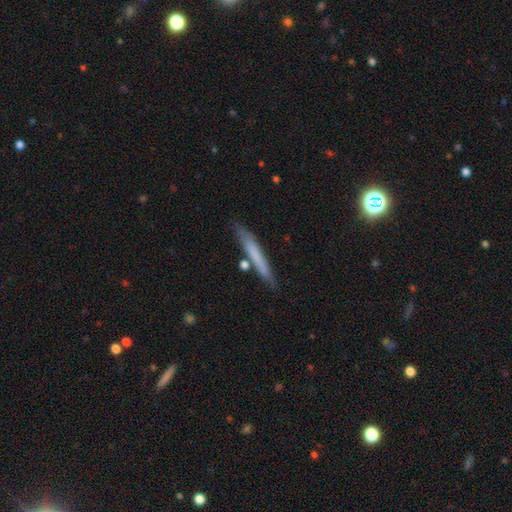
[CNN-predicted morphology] Overall: smooth (62%; featured or disk 31%). How rounded: cigar-shaped (95%). Merging: none (81%).